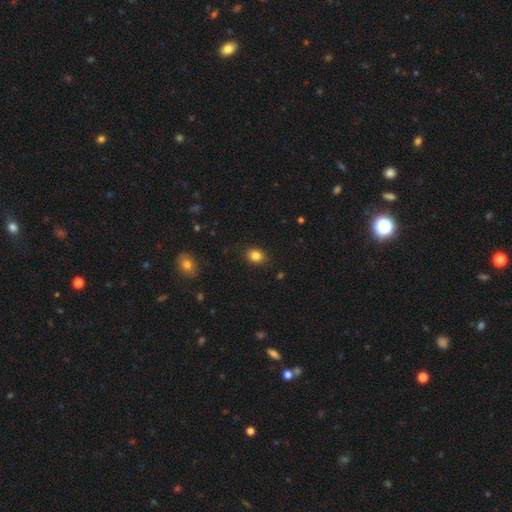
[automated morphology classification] smooth 83%, star or artifact 11%, featured or disk 6%. Down the decision tree: how rounded — round (52%); merging — none (88%).